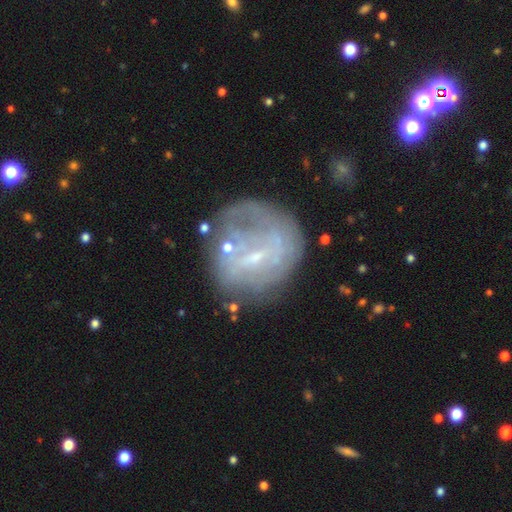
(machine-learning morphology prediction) This is likely a featured or disk galaxy (61%). It is clearly not viewed edge-on (96%). Bar: possibly weak (46%). Spiral arm pattern: possibly no (54%). Central bulge: likely small (68%). Merging: possibly none (58%).